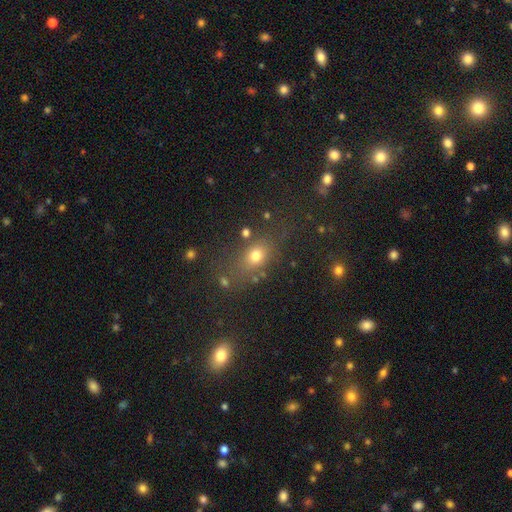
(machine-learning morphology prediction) A smooth galaxy with no disk features (69%) that is in between round and cigar-shaped (52%). Merging: none (70%).